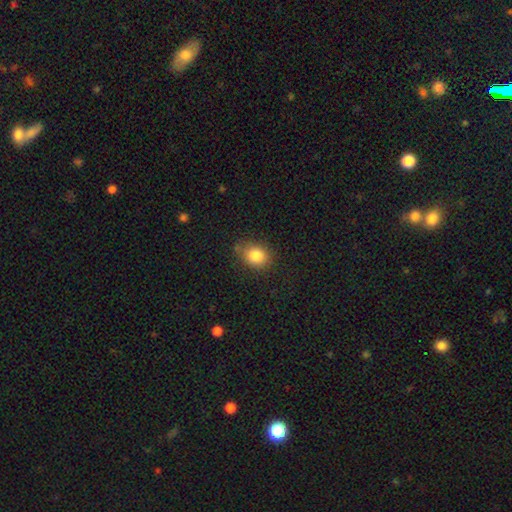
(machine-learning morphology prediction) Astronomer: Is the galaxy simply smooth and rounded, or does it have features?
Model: smooth — 83%.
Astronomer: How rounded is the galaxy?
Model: round — 54% (runner-up: in between, 45%).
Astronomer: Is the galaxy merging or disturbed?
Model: none — 76%.